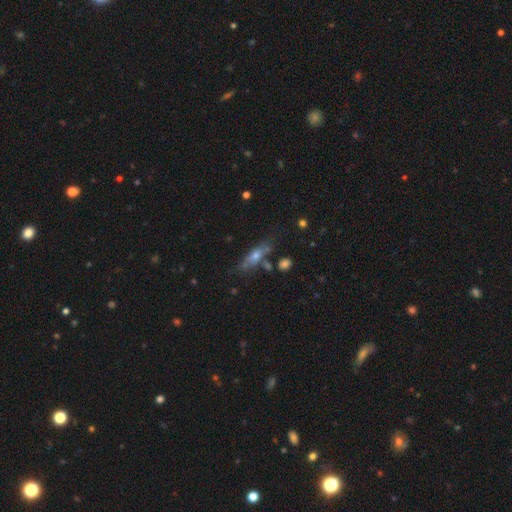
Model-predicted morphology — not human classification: Smooth or featured? featured or disk (45%)
Merging? none (68%)